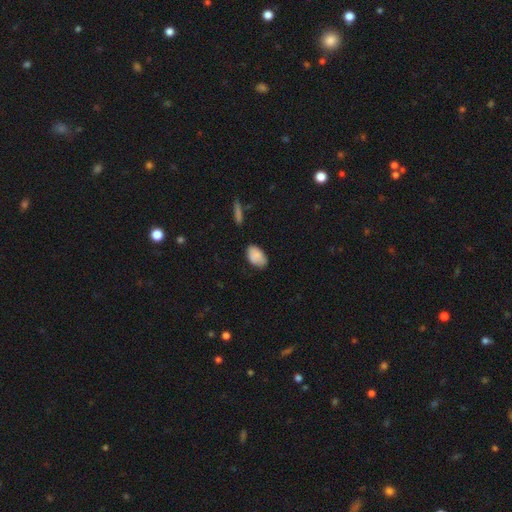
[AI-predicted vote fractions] A smooth galaxy with no disk features (86%) that is in between round and cigar-shaped (92%).

Vote fractions:
- Smooth or featured? smooth: 86% / featured or disk: 7% / star or artifact: 7%
- How rounded? in between: 92% / round: 6% / cigar-shaped: 2%
- Merging? none: 75% / minor disturbance: 20% / major disturbance: 3% / merger: 2%